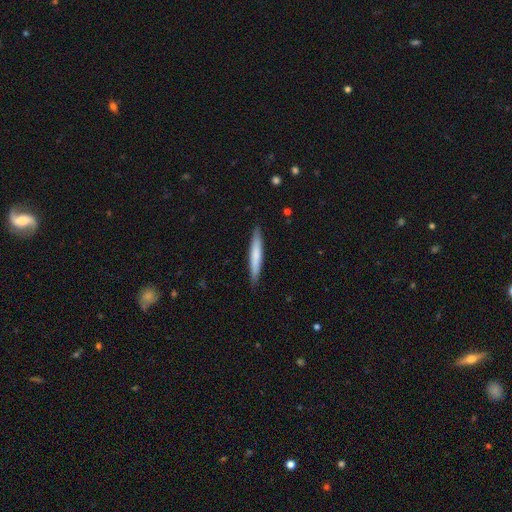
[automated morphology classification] smooth-or-featured: smooth: 70% | featured or disk: 25% | star or artifact: 5%
  how-rounded: cigar-shaped: 95% | in between: 4% | round: 1%
  merging: none: 89% | minor disturbance: 8% | major disturbance: 1% | merger: 1%